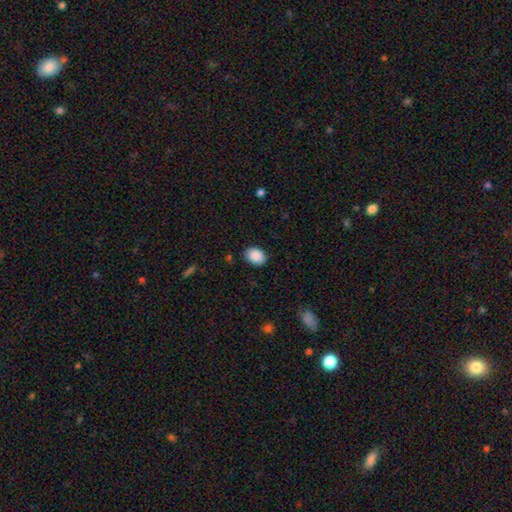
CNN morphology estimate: Overall: smooth (89%). How rounded: in between (66%; round 33%). Merging: none (85%).